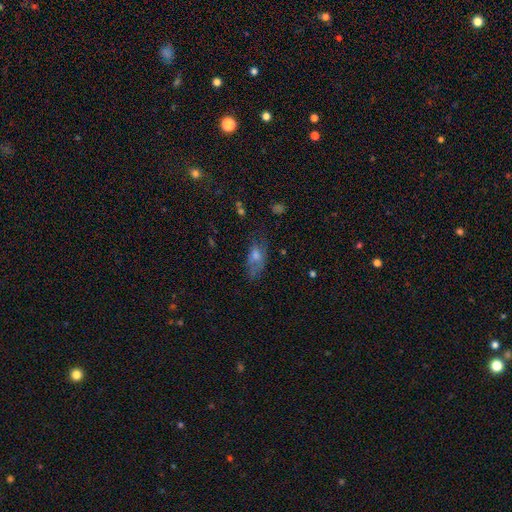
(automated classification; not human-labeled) Smooth or featured: smooth — 53% (featured or disk — 31%)
How rounded: in between — 79% (cigar-shaped — 14%)
Merging: none — 52% (minor disturbance — 27%)